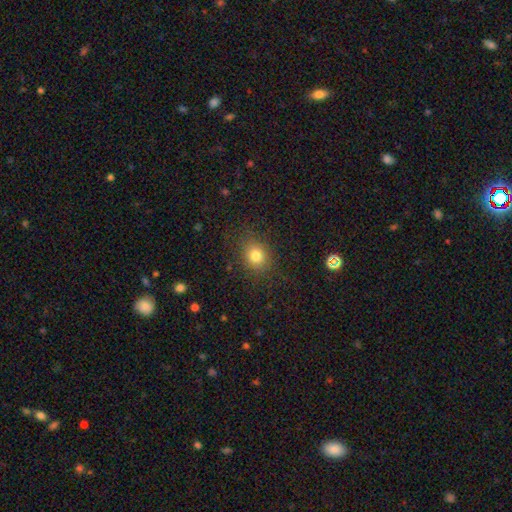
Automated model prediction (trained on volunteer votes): A smooth galaxy with no disk features (79%) that is round (66%). Merging: none (84%).